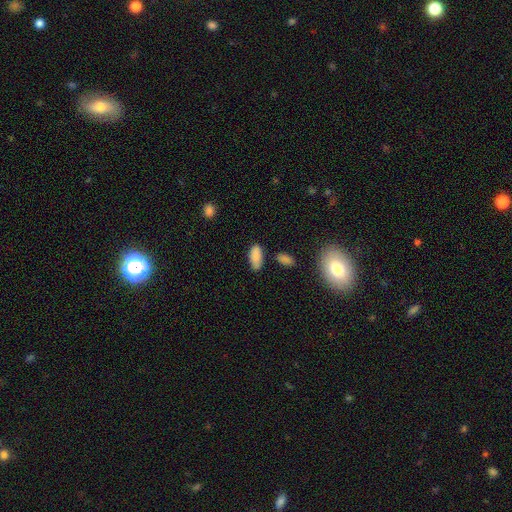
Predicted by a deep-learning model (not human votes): Smooth or featured? smooth (86%)
How rounded? in between (91%)
Merging? none (75%)